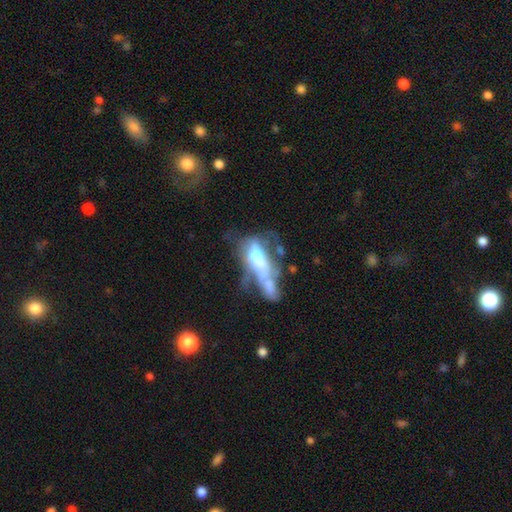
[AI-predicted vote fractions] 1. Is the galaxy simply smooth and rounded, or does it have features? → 52% featured or disk, 39% smooth, 9% star or artifact.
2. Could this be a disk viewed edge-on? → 81% no, 19% yes.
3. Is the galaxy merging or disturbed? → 52% merger, 27% major disturbance, 11% none, 9% minor disturbance.